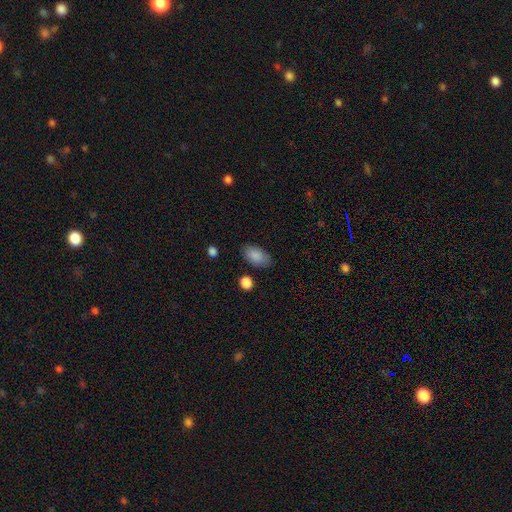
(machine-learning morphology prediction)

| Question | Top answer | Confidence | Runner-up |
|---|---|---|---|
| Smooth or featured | smooth | 88% | star or artifact (7%) |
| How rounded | in between | 93% | round (5%) |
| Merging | none | 80% | minor disturbance (14%) |